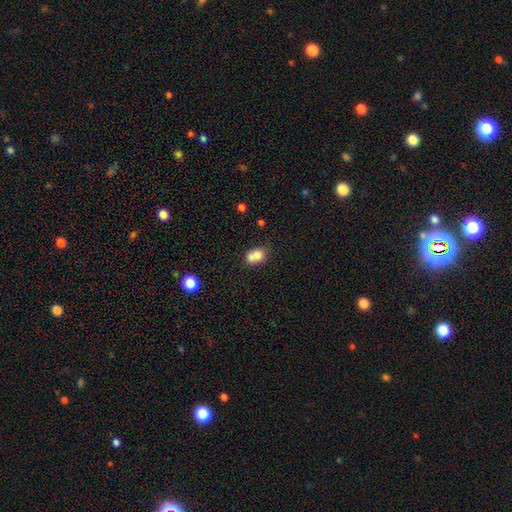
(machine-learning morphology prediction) Overall: smooth (74%). How rounded: in between (53%; round 46%). Merging: merger (52%; none 32%).